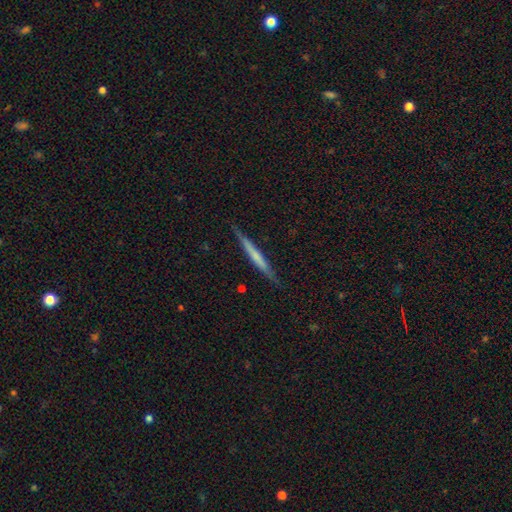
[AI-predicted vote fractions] Smooth or featured? featured or disk (51%)
Edge-on disk? yes (97%)
Merging? none (89%)